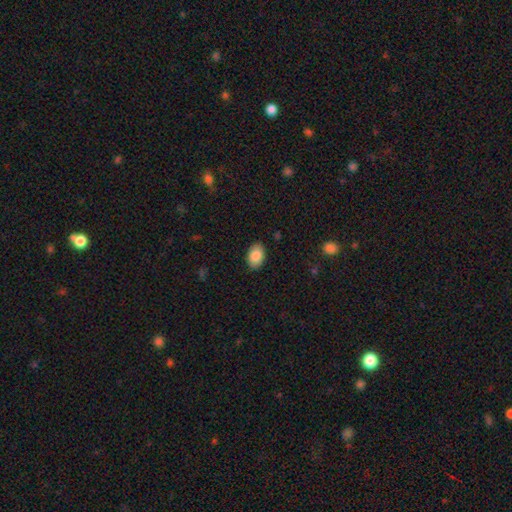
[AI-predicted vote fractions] Smooth or featured: smooth — 86% (featured or disk — 7%)
How rounded: in between — 89% (round — 10%)
Merging: none — 88% (minor disturbance — 9%)